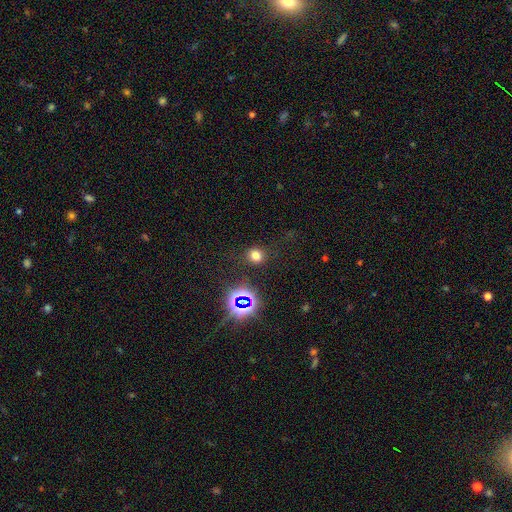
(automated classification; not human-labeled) smooth_or_featured: smooth (p=0.70) [alt: star or artifact p=0.23]
how_rounded: round (p=0.80) [alt: in between p=0.19]
merging: none (p=0.85) [alt: minor disturbance p=0.09]